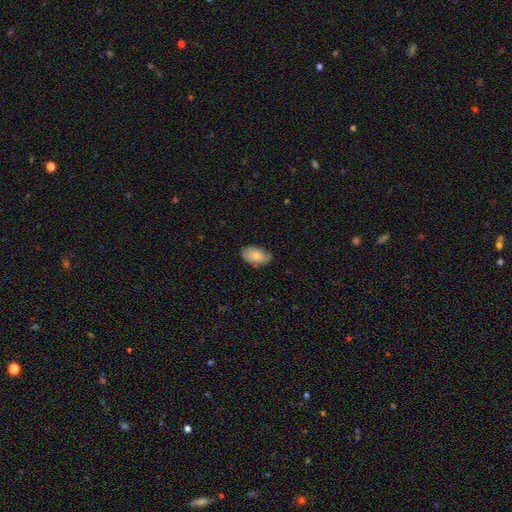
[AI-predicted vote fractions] Smooth or featured?
  - smooth: 69% *
  - featured or disk: 24%
  - star or artifact: 7%
How rounded?
  - in between: 91% *
  - round: 8%
  - cigar-shaped: 1%
Merging?
  - none: 67% *
  - minor disturbance: 27%
  - major disturbance: 5%
  - merger: 1%